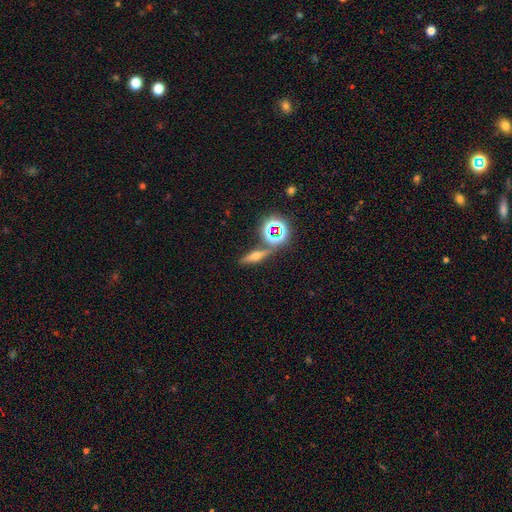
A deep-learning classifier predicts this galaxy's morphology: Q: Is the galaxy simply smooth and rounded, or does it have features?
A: featured or disk — 46%.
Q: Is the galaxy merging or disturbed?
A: none — 75%.